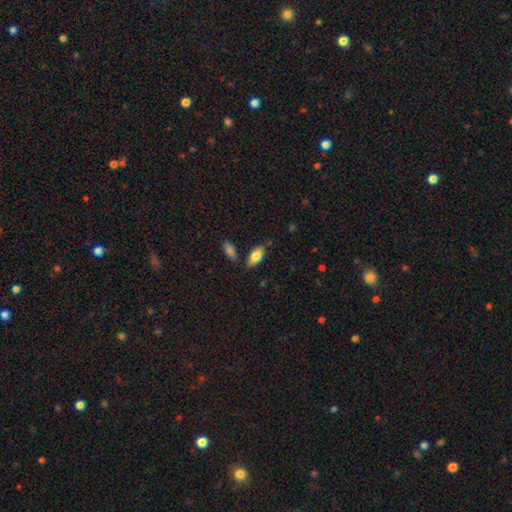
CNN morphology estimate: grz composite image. It shows a smooth galaxy with no disk features (80%) that is in between round and cigar-shaped (89%). Merging: none (78%).